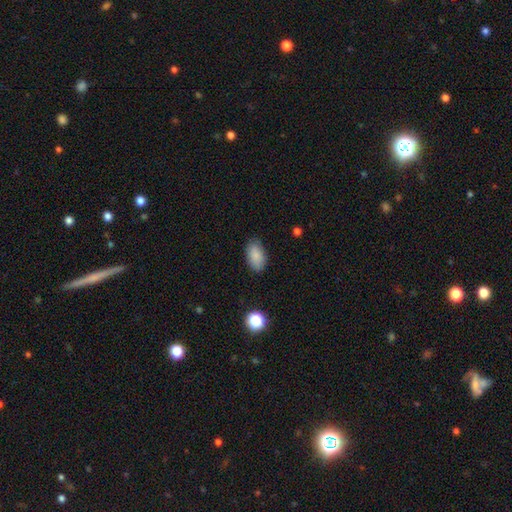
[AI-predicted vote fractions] This appears to be a smooth galaxy with no disk features (87%) that is in between round and cigar-shaped (93%). Merging: none (83%).